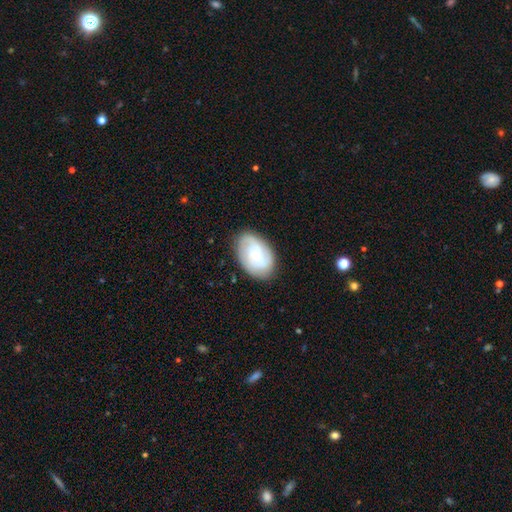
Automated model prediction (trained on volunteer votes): Smooth or featured? featured or disk (60%)
Edge-on disk? no (95%)
Bar? no (69%)
Spiral arms? yes (75%)
Bulge size? small (64%)
Merging? none (79%)